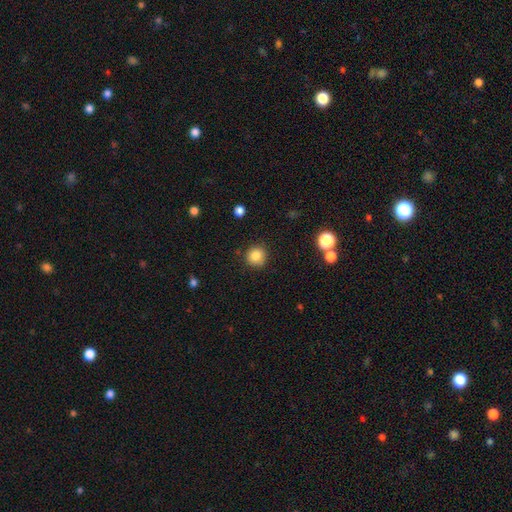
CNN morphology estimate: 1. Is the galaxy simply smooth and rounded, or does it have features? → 84% smooth, 11% star or artifact, 5% featured or disk.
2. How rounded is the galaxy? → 92% round, 7% in between, 1% cigar-shaped.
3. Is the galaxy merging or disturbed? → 87% none, 9% minor disturbance, 2% major disturbance, 2% merger.